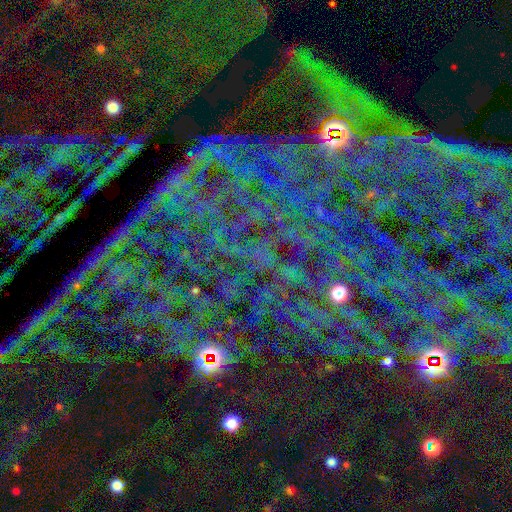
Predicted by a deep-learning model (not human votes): Smooth or featured? star or artifact (80%)